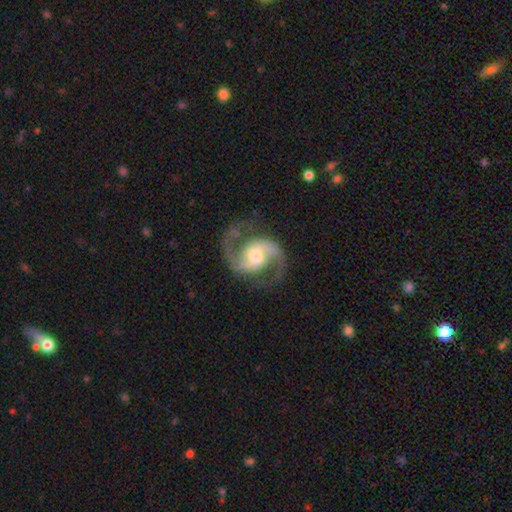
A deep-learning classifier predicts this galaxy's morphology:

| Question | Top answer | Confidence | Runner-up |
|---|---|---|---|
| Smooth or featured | featured or disk | 93% | star or artifact (4%) |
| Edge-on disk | no | 98% | yes (2%) |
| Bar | weak | 46% | no (35%) |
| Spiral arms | yes | 98% | no (2%) |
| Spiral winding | medium | 63% | loose (24%) |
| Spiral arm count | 2 | 94% | can't tell (1%) |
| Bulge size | moderate | 64% | small (23%) |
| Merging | none | 81% | minor disturbance (12%) |